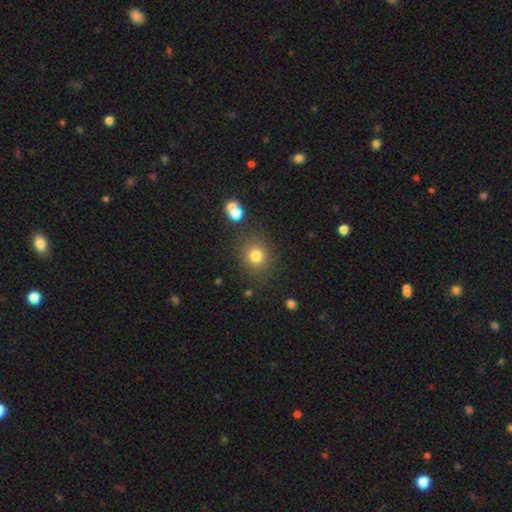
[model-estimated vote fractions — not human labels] This appears to be a smooth galaxy with no disk features (80%) that is round (80%). Merging: none (81%).